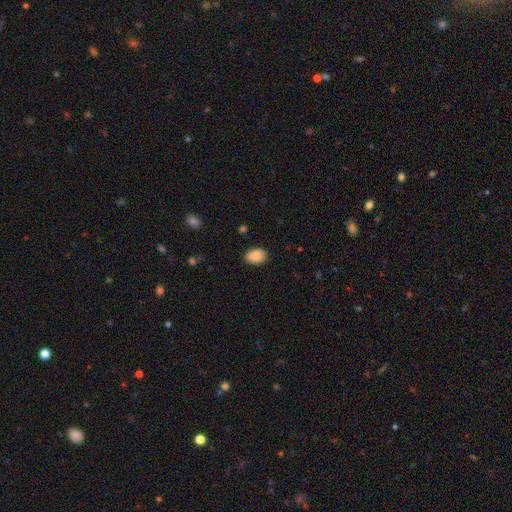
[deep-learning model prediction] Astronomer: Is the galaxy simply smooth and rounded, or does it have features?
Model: smooth — 84%.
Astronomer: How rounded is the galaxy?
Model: in between — 72%.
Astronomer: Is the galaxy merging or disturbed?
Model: none — 84%.